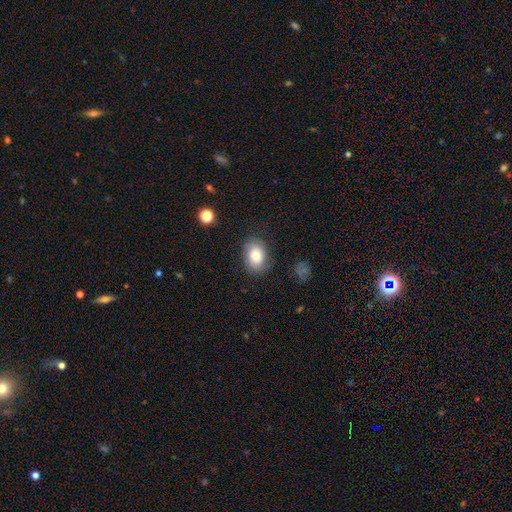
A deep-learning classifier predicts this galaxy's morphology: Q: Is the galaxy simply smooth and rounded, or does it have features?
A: smooth — 69%.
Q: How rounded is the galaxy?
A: in between — 74%.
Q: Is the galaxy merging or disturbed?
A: none — 75%.